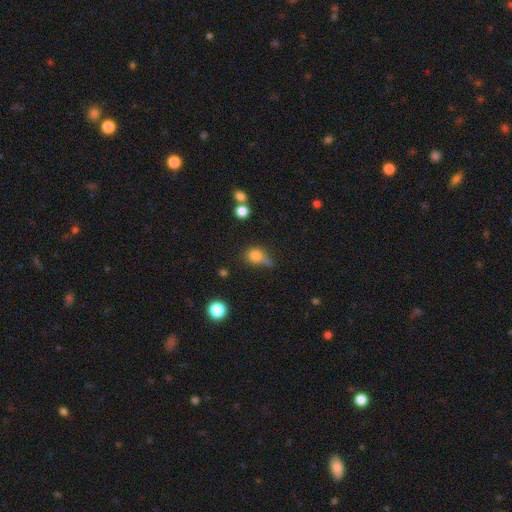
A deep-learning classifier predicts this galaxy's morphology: A smooth galaxy with no disk features (76%) that is round (63%).

Vote fractions:
- Smooth or featured? smooth: 76% / star or artifact: 13% / featured or disk: 11%
- How rounded? round: 63% / in between: 34% / cigar-shaped: 3%
- Merging? none: 37% / minor disturbance: 32% / major disturbance: 18% / merger: 12%